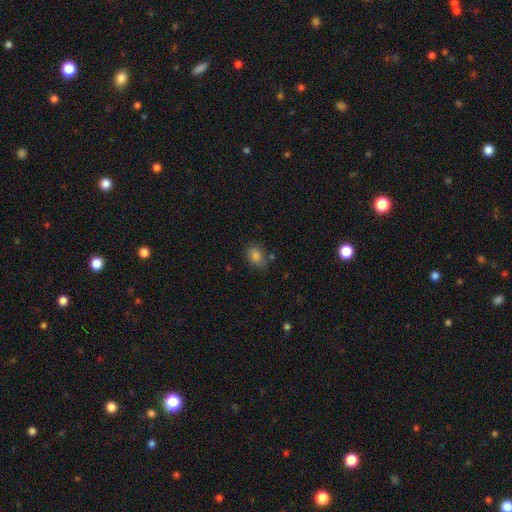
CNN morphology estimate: A smooth galaxy with no disk features (82%) that is in between round and cigar-shaped (67%). Merging: none (74%).